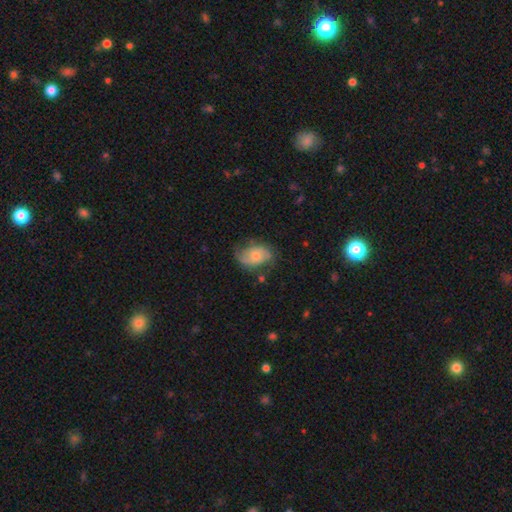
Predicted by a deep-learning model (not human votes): A featured or disk galaxy (51%).

Vote fractions:
- Smooth or featured? featured or disk: 51% / smooth: 42% / star or artifact: 7%
- Edge-on disk? no: 96% / yes: 4%
- Merging? none: 56% / minor disturbance: 27% / major disturbance: 14% / merger: 2%